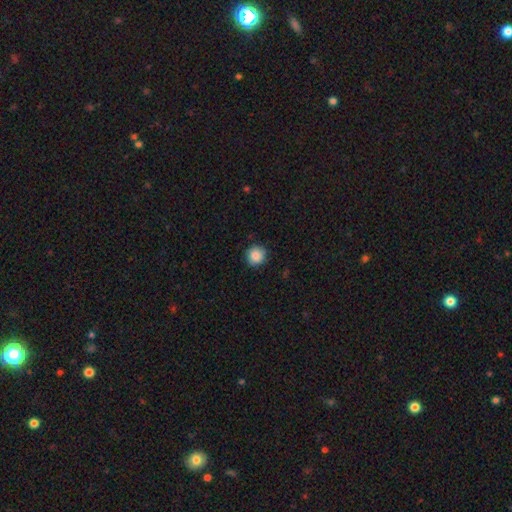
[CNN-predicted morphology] Smooth or featured? smooth (86%)
How rounded? round (92%)
Merging? none (86%)